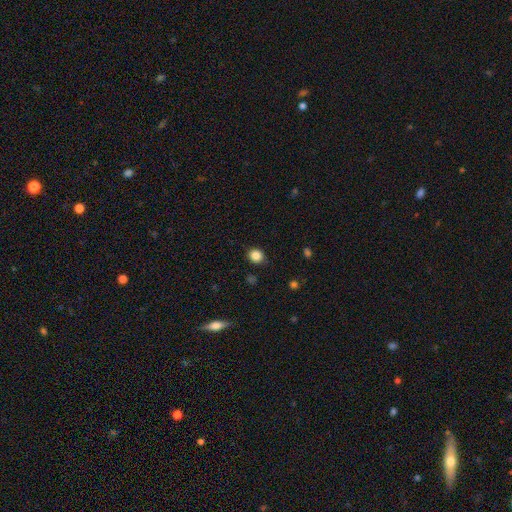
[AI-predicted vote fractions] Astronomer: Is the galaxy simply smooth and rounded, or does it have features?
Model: smooth — 85%.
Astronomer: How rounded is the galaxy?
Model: round — 79%.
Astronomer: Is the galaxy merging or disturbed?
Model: none — 88%.